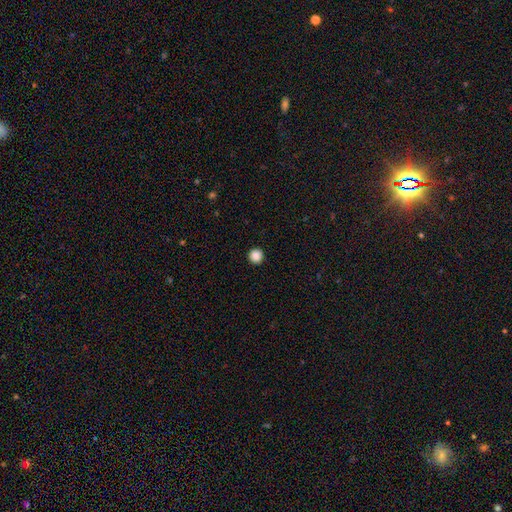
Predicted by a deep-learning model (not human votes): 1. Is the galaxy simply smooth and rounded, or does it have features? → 88% smooth, 10% star or artifact, 2% featured or disk.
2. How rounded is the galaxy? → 96% round, 3% in between, 1% cigar-shaped.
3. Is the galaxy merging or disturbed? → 94% none, 4% minor disturbance, 1% major disturbance, 1% merger.